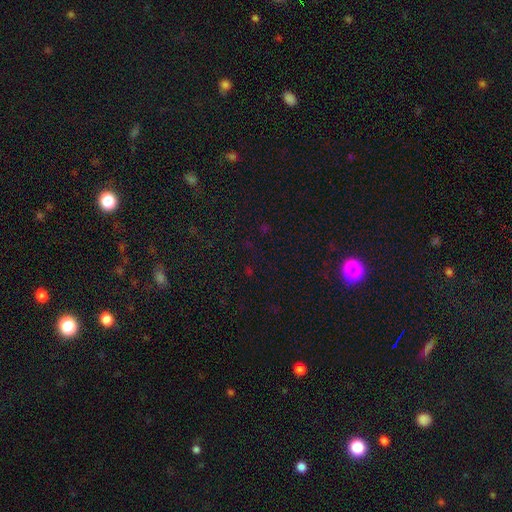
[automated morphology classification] Smooth or featured?
  - star or artifact: 69% *
  - smooth: 23%
  - featured or disk: 8%